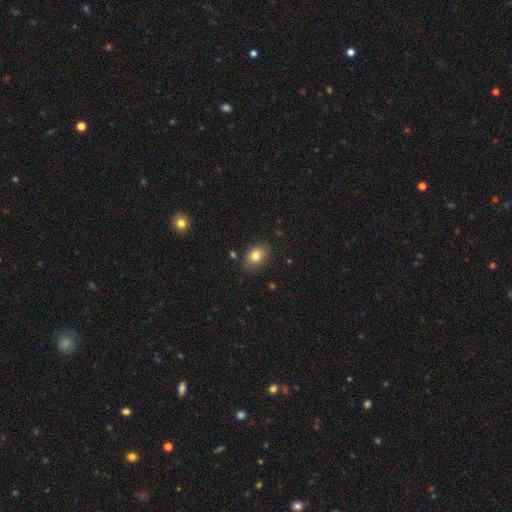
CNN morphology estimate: smooth 82%, star or artifact 9%, featured or disk 9%. Down the decision tree: how rounded — in between (73%); merging — none (83%).